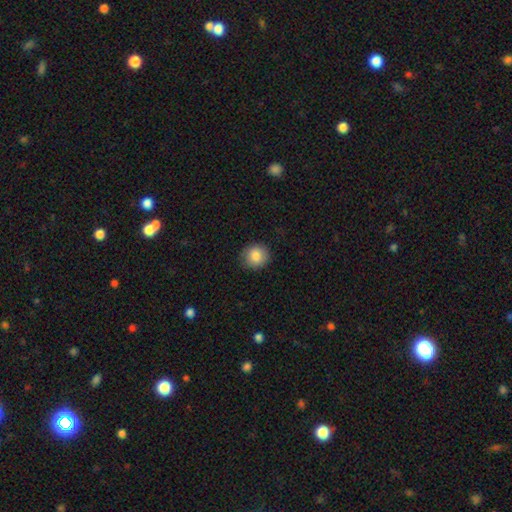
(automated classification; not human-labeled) Q: Smooth or featured?
A: smooth (85%); runner-up: star or artifact (8%)
Q: How rounded?
A: round (85%); runner-up: in between (14%)
Q: Merging?
A: none (86%); runner-up: minor disturbance (10%)